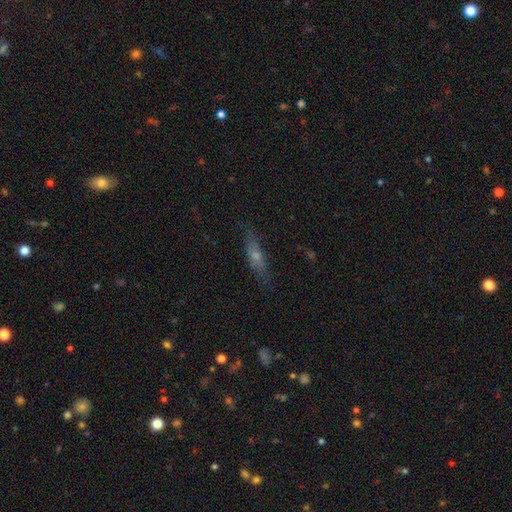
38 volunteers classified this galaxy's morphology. A smooth galaxy with no disk features (61%) that is cigar-shaped (78%).

Vote fractions:
- Smooth or featured? smooth: 61% / featured or disk: 29% / star or artifact: 11%
- How rounded? cigar-shaped: 78% / in between: 22% / round: 0%
- Merging? none: 82% / minor disturbance: 18% / major disturbance: 0% / merger: 0%